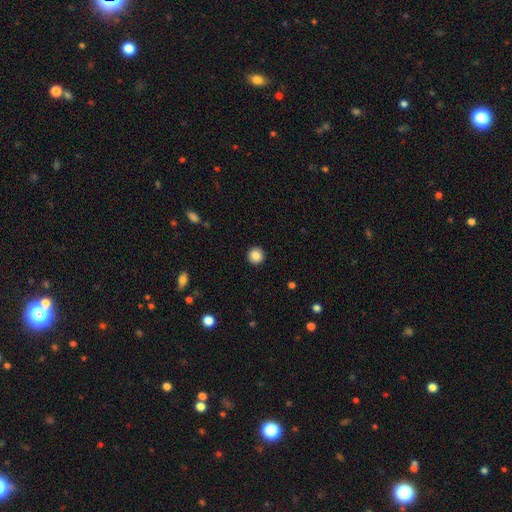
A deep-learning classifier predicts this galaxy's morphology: Overall: smooth (86%). How rounded: round (94%). Merging: none (93%).